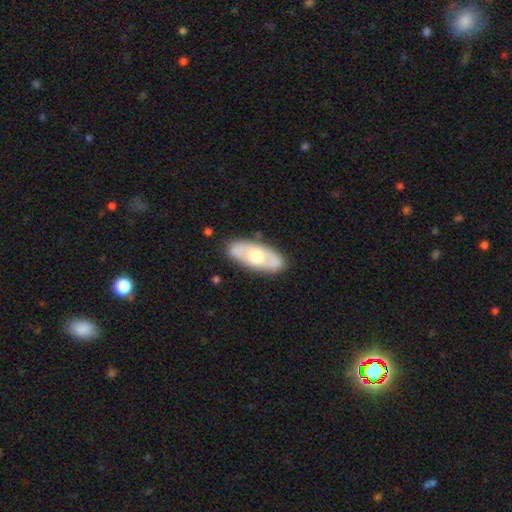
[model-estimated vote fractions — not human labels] Smooth or featured? featured or disk (52%)
Edge-on disk? no (78%)
Merging? none (83%)